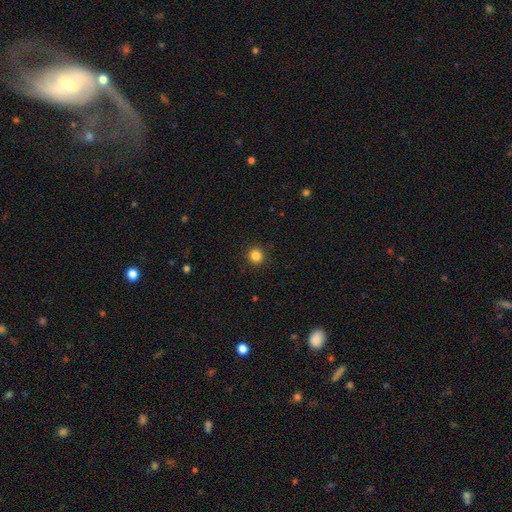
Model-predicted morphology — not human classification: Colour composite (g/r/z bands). It shows a smooth galaxy with no disk features (85%) that is round (94%). Merging: none (93%).